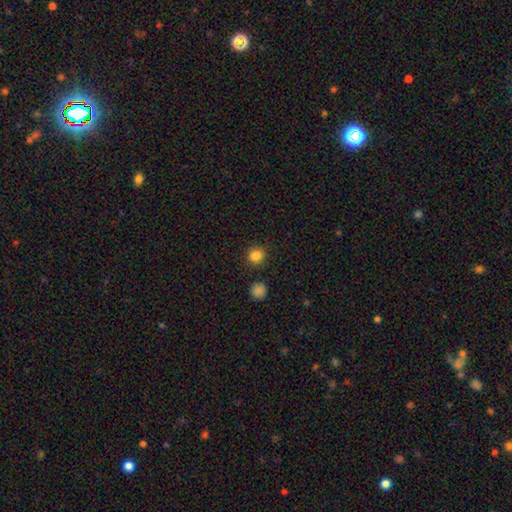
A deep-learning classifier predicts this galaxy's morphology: smooth-or-featured: smooth: 84% | star or artifact: 12% | featured or disk: 4%
  how-rounded: round: 85% | in between: 14% | cigar-shaped: 1%
  merging: none: 85% | minor disturbance: 8% | merger: 4% | major disturbance: 3%